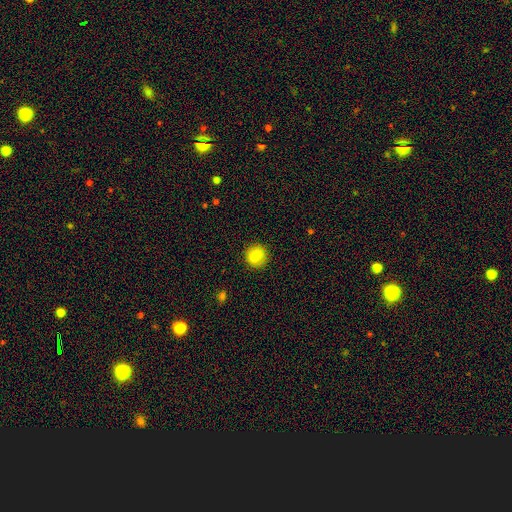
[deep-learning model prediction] smooth_or_featured: smooth (p=0.85) [alt: star or artifact p=0.09]
how_rounded: round (p=0.92) [alt: in between p=0.07]
merging: none (p=0.91) [alt: minor disturbance p=0.06]